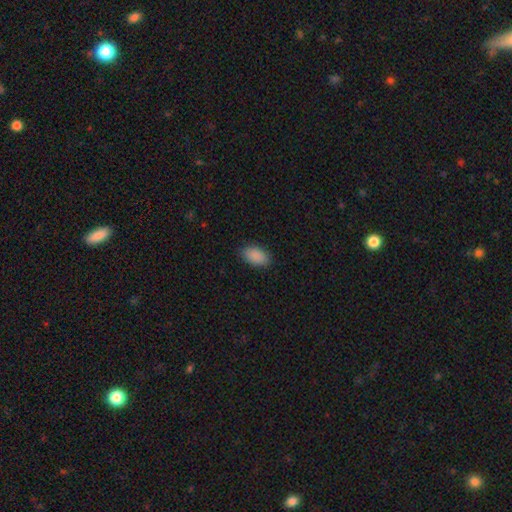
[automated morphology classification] smooth_or_featured: smooth (p=0.90) [alt: star or artifact p=0.07]
how_rounded: in between (p=0.93) [alt: round p=0.05]
merging: none (p=0.87) [alt: minor disturbance p=0.10]